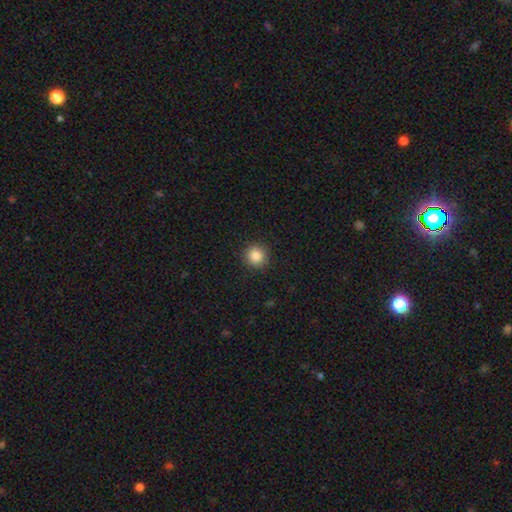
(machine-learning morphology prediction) Smooth or featured? smooth (86%)
How rounded? round (94%)
Merging? none (91%)